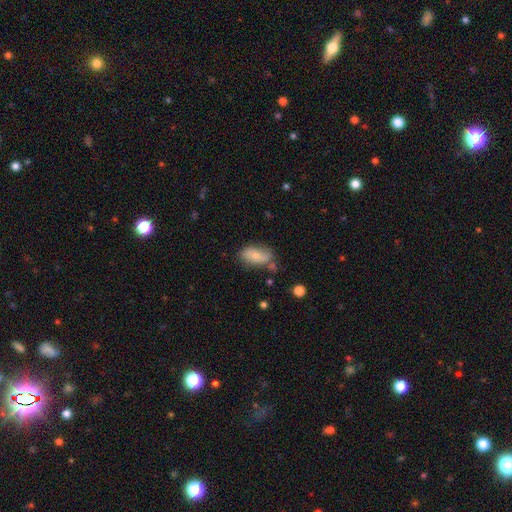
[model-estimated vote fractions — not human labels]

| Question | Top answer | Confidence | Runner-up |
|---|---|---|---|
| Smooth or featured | smooth | 70% | featured or disk (23%) |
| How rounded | in between | 90% | cigar-shaped (5%) |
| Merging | none | 60% | minor disturbance (26%) |